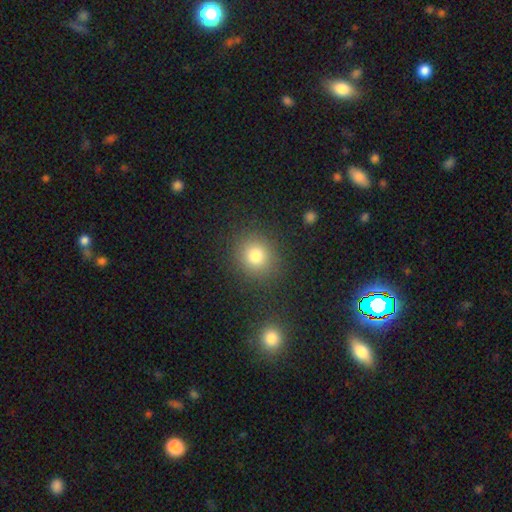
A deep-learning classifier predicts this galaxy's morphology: type=smooth (78%); roundness=round (85%); merging=none (88%).